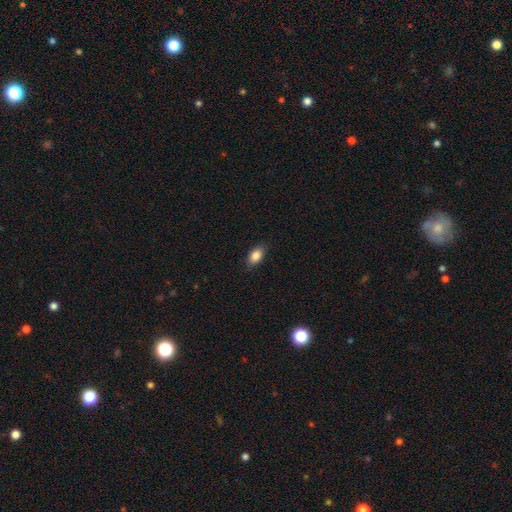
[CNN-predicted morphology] smooth-or-featured: smooth: 86% | star or artifact: 8% | featured or disk: 6%
  how-rounded: in between: 88% | round: 8% | cigar-shaped: 4%
  merging: none: 85% | minor disturbance: 12% | major disturbance: 3% | merger: 1%